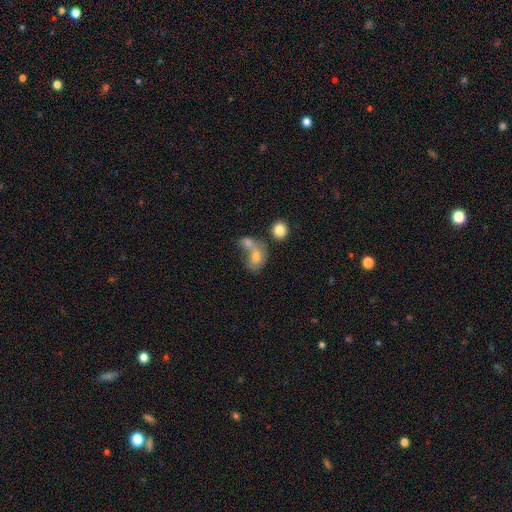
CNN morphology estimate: Smooth or featured: smooth — 64% (featured or disk — 23%)
How rounded: in between — 64% (round — 34%)
Merging: merger — 55% (none — 28%)